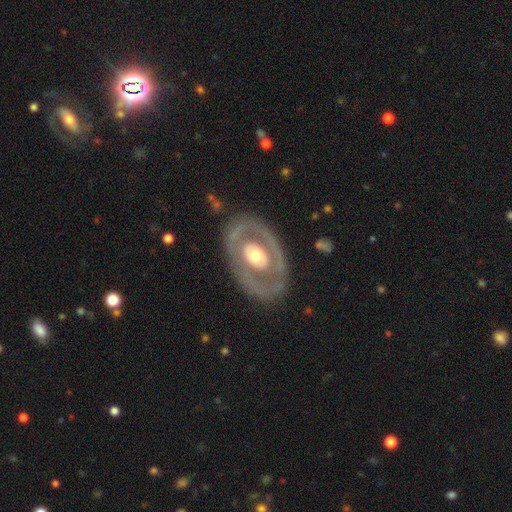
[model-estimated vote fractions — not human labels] Smooth or featured? featured or disk (68%)
Edge-on disk? no (92%)
Bar? no (80%)
Spiral arms? no (79%)
Bulge size? moderate (62%)
Merging? none (79%)